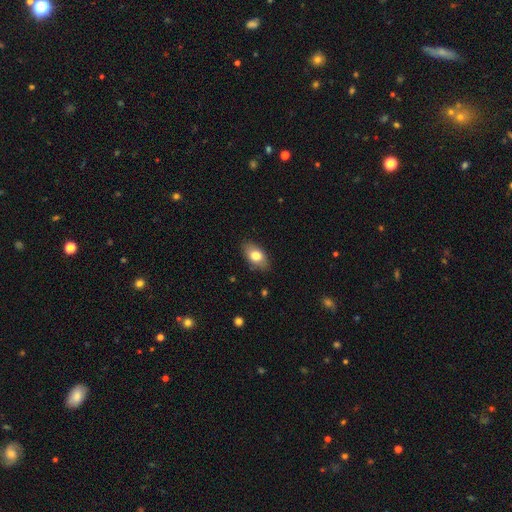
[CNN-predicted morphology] This is likely a smooth galaxy (77%). How rounded: clearly in between (89%). Merging: clearly none (85%).